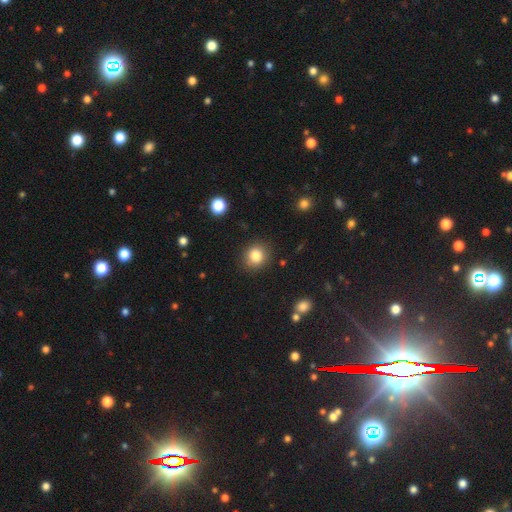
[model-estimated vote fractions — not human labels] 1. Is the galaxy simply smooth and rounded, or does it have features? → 84% smooth, 10% star or artifact, 6% featured or disk.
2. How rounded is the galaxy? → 82% round, 17% in between, 1% cigar-shaped.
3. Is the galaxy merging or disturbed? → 87% none, 8% minor disturbance, 3% major disturbance, 2% merger.